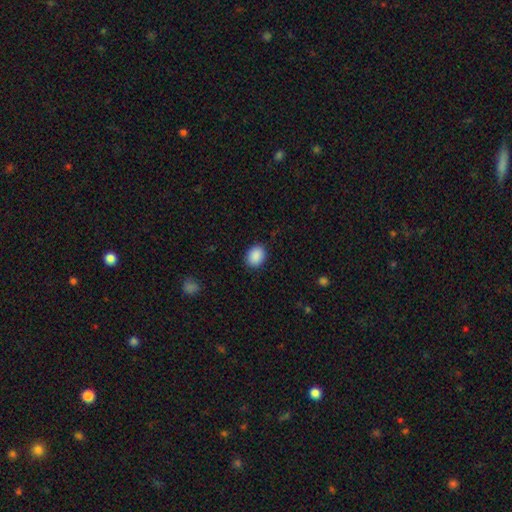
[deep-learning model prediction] A smooth galaxy with no disk features (90%) that is in between round and cigar-shaped (55%). Merging: none (89%).